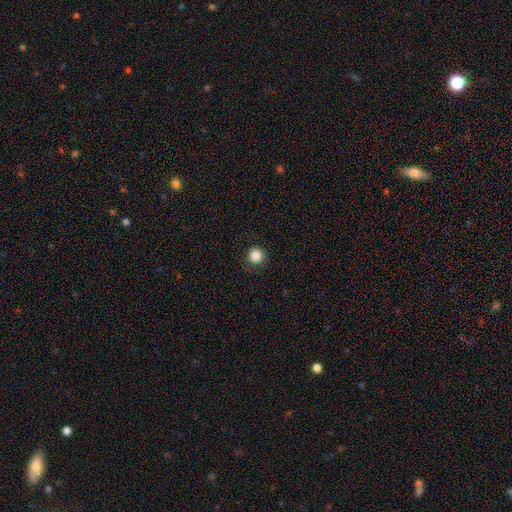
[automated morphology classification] Smooth or featured?
  - smooth: 85% *
  - star or artifact: 11%
  - featured or disk: 4%
How rounded?
  - round: 94% *
  - in between: 5%
  - cigar-shaped: 1%
Merging?
  - none: 90% *
  - minor disturbance: 7%
  - major disturbance: 2%
  - merger: 1%